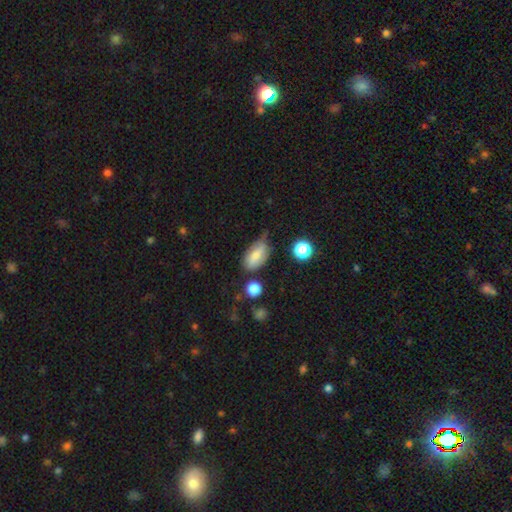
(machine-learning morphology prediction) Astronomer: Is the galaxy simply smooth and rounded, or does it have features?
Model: smooth — 68%.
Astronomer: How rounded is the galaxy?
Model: in between — 88%.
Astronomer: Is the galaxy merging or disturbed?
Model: none — 49% (runner-up: minor disturbance, 36%).